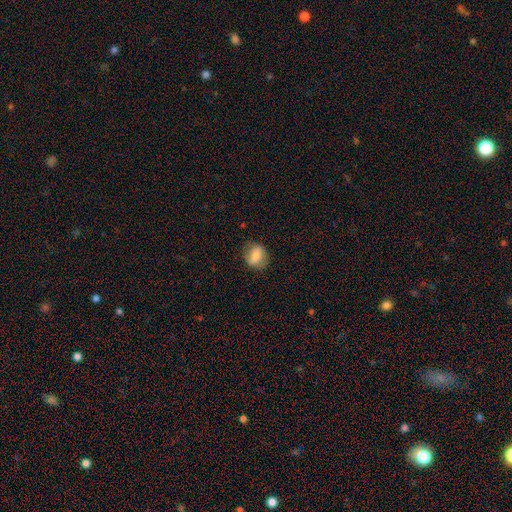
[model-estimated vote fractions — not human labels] Smooth or featured: smooth — 76% (featured or disk — 16%)
How rounded: in between — 55% (round — 43%)
Merging: none — 74% (minor disturbance — 19%)